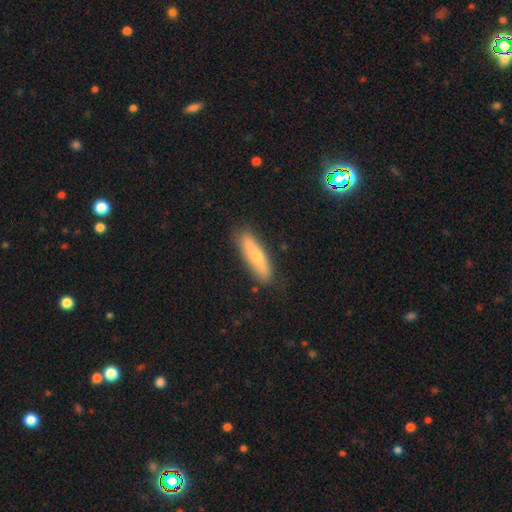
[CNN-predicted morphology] Smooth or featured?
  - smooth: 63% *
  - featured or disk: 31%
  - star or artifact: 6%
How rounded?
  - cigar-shaped: 68% *
  - in between: 30%
  - round: 2%
Merging?
  - none: 85% *
  - minor disturbance: 11%
  - major disturbance: 2%
  - merger: 1%